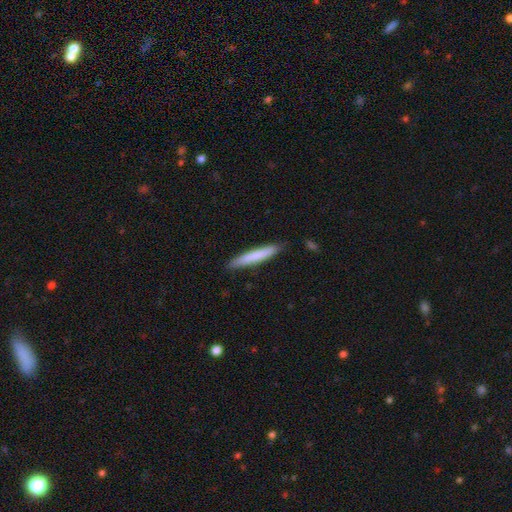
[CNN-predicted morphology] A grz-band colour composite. It shows a smooth galaxy with no disk features (74%) that is cigar-shaped (95%). Merging: none (88%).